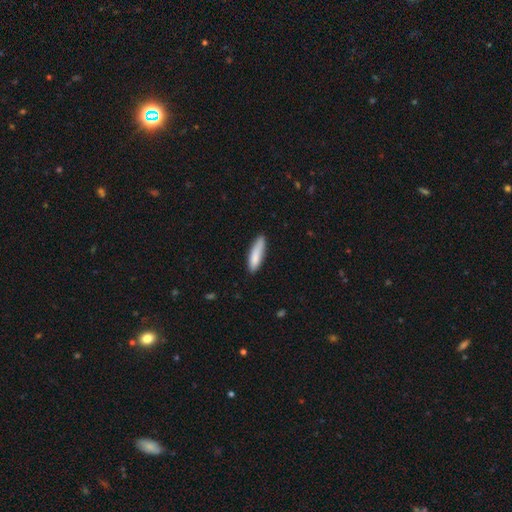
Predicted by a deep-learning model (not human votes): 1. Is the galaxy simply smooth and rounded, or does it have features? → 85% smooth, 9% featured or disk, 6% star or artifact.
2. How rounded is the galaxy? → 67% cigar-shaped, 32% in between, 1% round.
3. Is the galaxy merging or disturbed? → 78% none, 18% minor disturbance, 3% major disturbance, 2% merger.